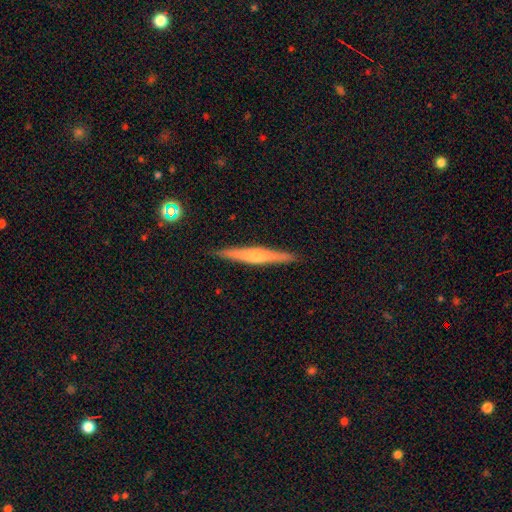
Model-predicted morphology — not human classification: Overall: featured or disk (61%; smooth 33%). Edge-on disk: yes (97%). Edge-on bulge: rounded (74%). Merging: none (91%).